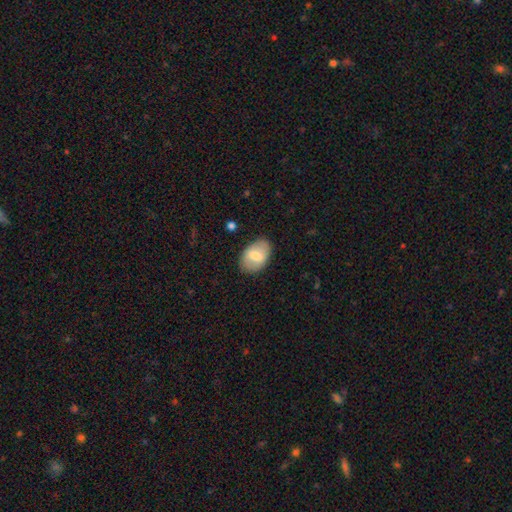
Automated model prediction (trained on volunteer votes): Overall: smooth (65%; featured or disk 29%). How rounded: in between (89%). Merging: none (83%).